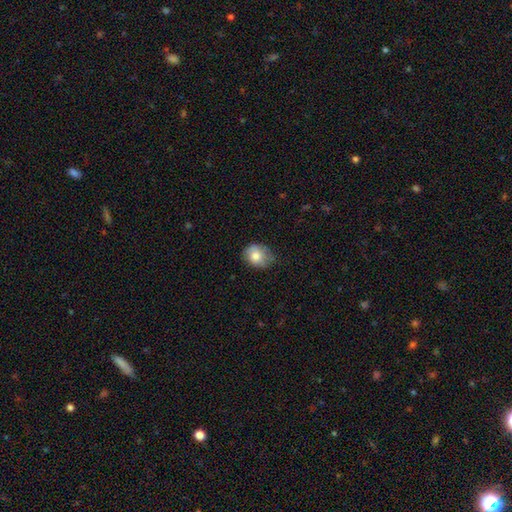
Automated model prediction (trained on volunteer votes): Morphology: type=smooth (78%); roundness=round (51%); merging=none (60%).